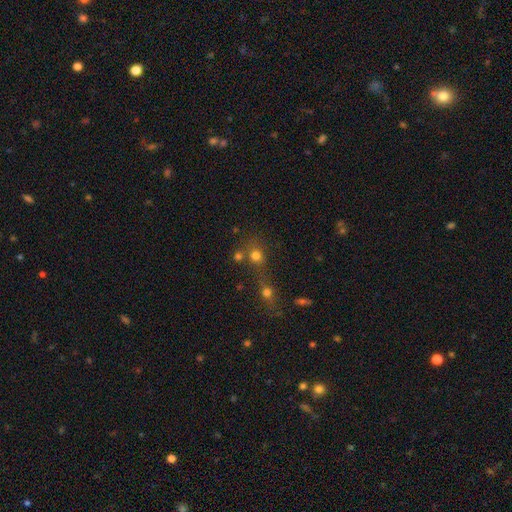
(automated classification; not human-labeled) The model was most divided on "merging": none: 48%, merger: 39%, minor disturbance: 8%, major disturbance: 6%. More confident: how rounded — round (85%); smooth or featured — smooth (71%).